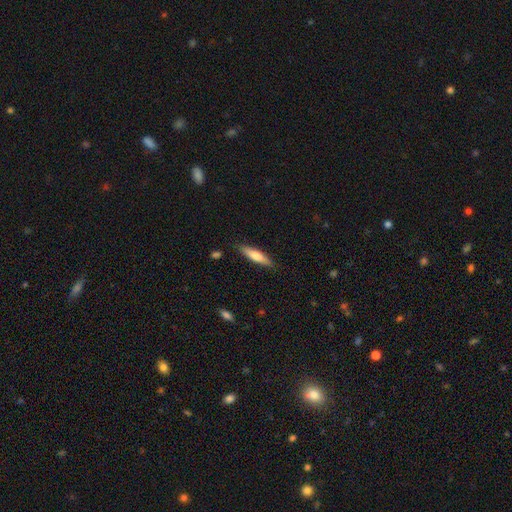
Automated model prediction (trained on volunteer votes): The model was most divided on "smooth or featured": smooth: 69%, featured or disk: 25%, star or artifact: 5%. More confident: merging — none (86%); how rounded — cigar-shaped (76%).